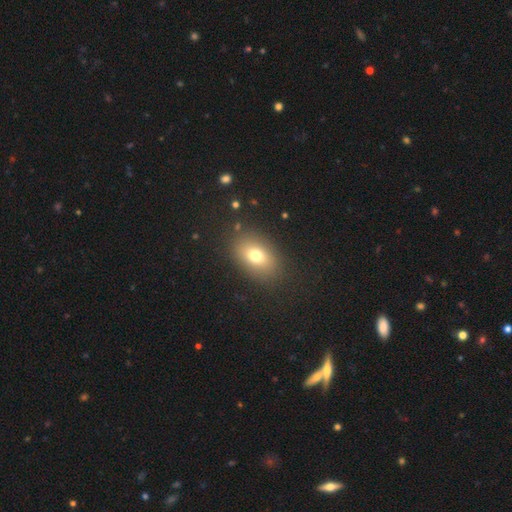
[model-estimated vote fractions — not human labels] smooth_or_featured: smooth (p=0.73) [alt: featured or disk p=0.15]
how_rounded: in between (p=0.79) [alt: round p=0.19]
merging: none (p=0.84) [alt: minor disturbance p=0.10]